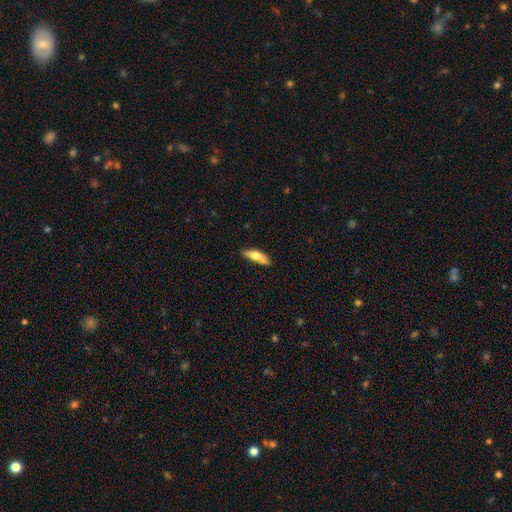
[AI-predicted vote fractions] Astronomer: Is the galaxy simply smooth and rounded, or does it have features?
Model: smooth — 61%.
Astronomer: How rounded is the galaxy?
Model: in between — 50% (runner-up: cigar-shaped, 47%).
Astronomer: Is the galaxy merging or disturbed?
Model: none — 64%.